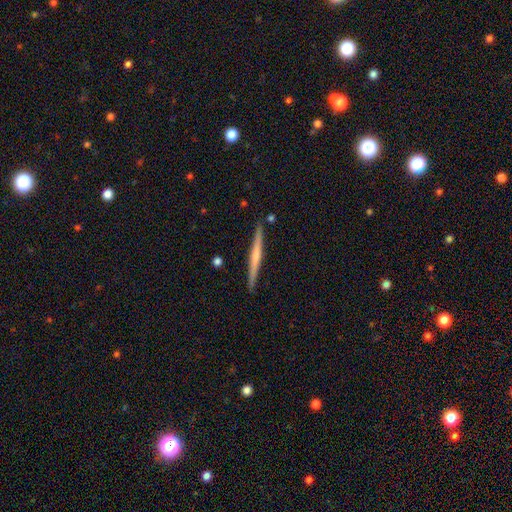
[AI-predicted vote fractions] Morphology: type=featured or disk (60%); edge-on=yes (98%); edge-on bulge=none (51%); merging=none (90%).